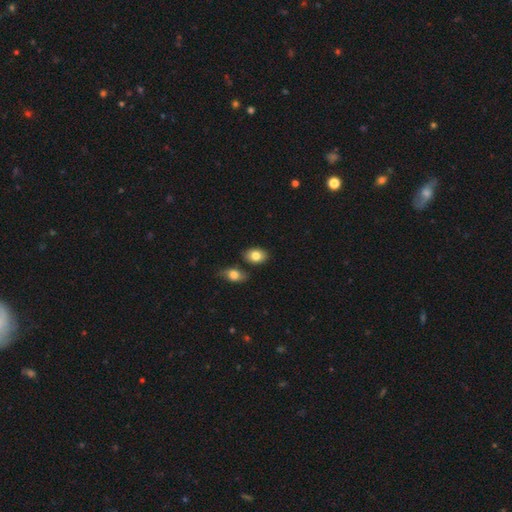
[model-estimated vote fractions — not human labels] Smooth or featured? Predicted: smooth (p=0.82). How rounded? Predicted: in between (p=0.79). Merging? Predicted: none (p=0.77).